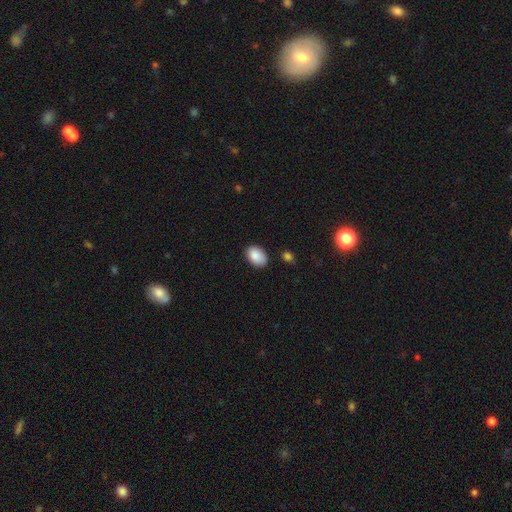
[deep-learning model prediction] A smooth galaxy with no disk features (89%) that is in between round and cigar-shaped (85%).

Vote fractions:
- Smooth or featured? smooth: 89% / star or artifact: 7% / featured or disk: 4%
- How rounded? in between: 85% / round: 14% / cigar-shaped: 1%
- Merging? none: 82% / minor disturbance: 13% / major disturbance: 3% / merger: 2%